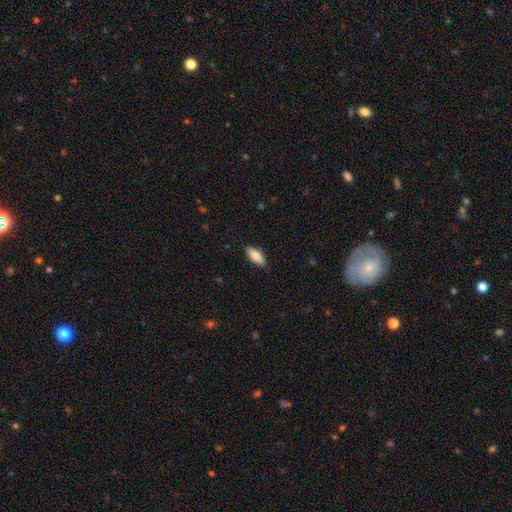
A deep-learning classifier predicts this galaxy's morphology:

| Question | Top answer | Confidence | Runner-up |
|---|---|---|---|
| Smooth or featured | smooth | 87% | featured or disk (7%) |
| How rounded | in between | 77% | cigar-shaped (21%) |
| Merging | none | 87% | minor disturbance (10%) |